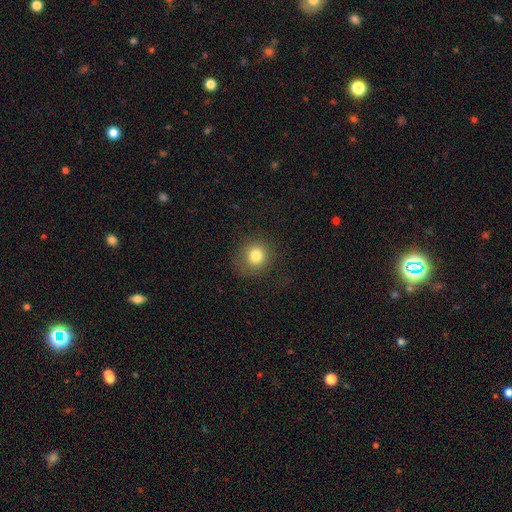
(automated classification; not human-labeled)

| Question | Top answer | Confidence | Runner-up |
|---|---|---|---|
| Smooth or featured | smooth | 80% | star or artifact (12%) |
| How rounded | round | 86% | in between (13%) |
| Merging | none | 80% | minor disturbance (12%) |